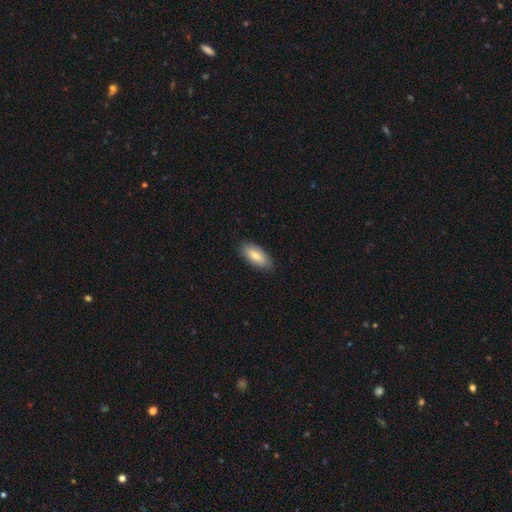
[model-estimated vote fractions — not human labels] smooth 80%, featured or disk 14%, star or artifact 6%. Down the decision tree: how rounded — in between (87%); merging — none (86%).